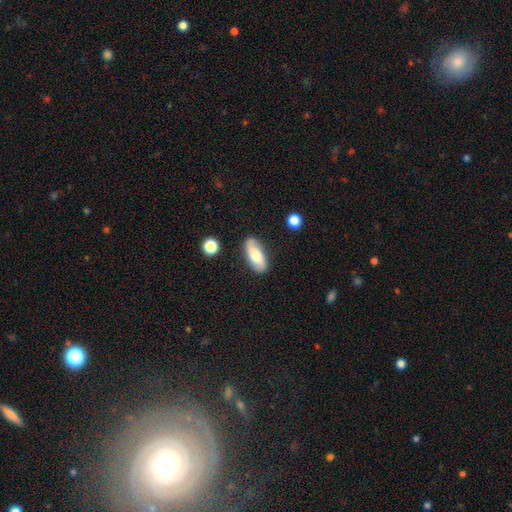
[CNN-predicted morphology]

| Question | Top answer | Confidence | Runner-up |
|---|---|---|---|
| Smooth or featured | smooth | 63% | featured or disk (30%) |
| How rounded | in between | 83% | cigar-shaped (14%) |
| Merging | none | 80% | minor disturbance (14%) |